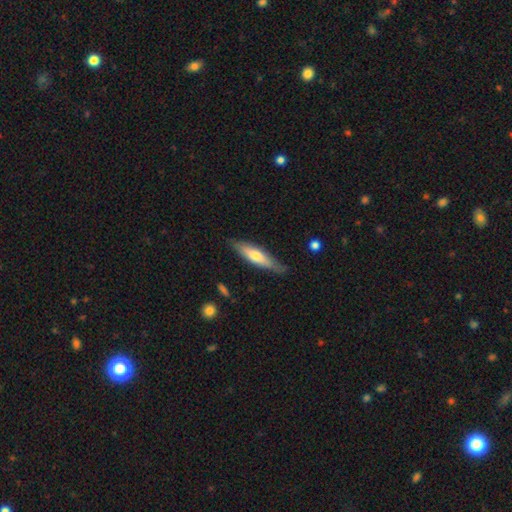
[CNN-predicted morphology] Smooth or featured? smooth (57%)
How rounded? cigar-shaped (69%)
Merging? none (76%)